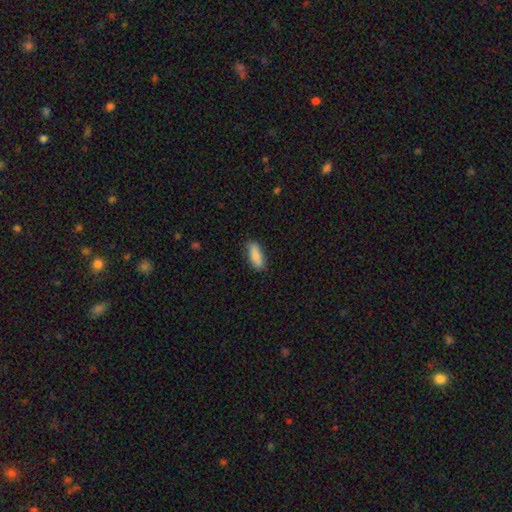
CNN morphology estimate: Smooth or featured: smooth — 82% (featured or disk — 11%)
How rounded: in between — 73% (cigar-shaped — 24%)
Merging: none — 81% (minor disturbance — 15%)